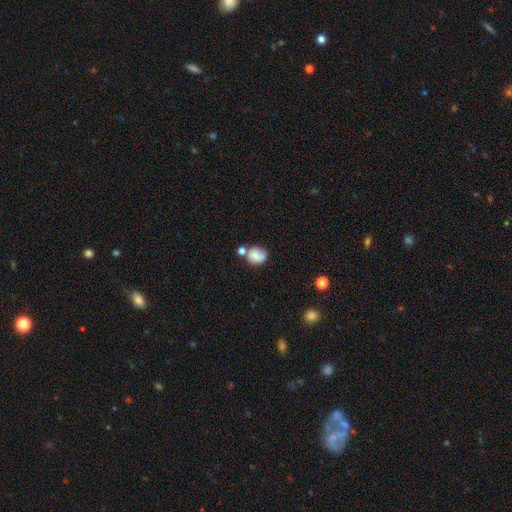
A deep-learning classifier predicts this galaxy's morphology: This is likely a smooth galaxy (72%). How rounded: likely round (62%). Merging: possibly none (48%).